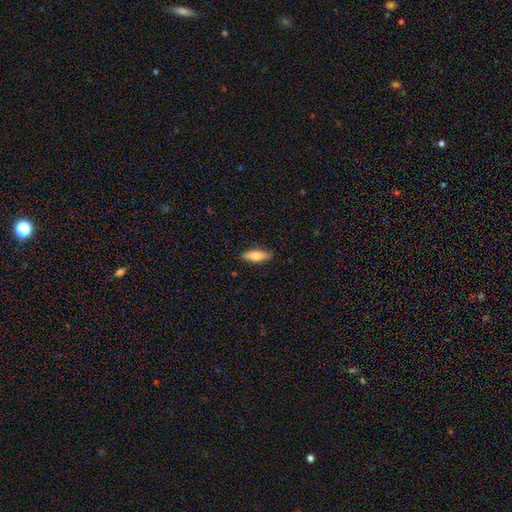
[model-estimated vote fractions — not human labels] A smooth galaxy with no disk features (71%) that is in between round and cigar-shaped (53%). Merging: none (88%).